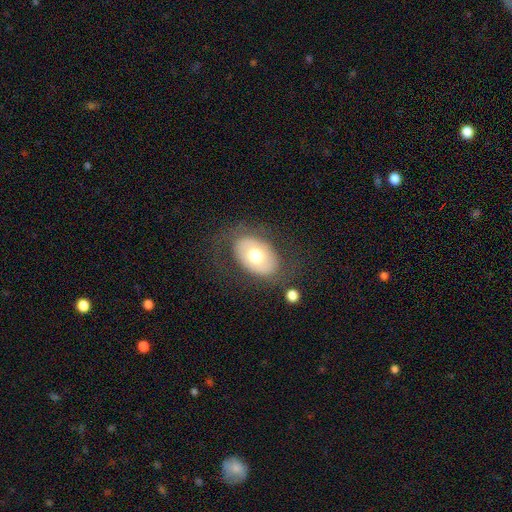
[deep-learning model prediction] smooth_or_featured: smooth (p=0.56) [alt: featured or disk p=0.37]
how_rounded: in between (p=0.84) [alt: round p=0.15]
merging: none (p=0.74) [alt: minor disturbance p=0.14]